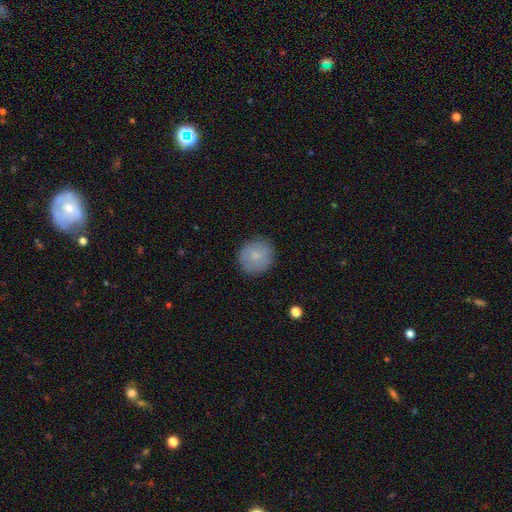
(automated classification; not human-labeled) Q: Smooth or featured?
A: smooth (79%); runner-up: featured or disk (14%)
Q: How rounded?
A: round (91%); runner-up: in between (8%)
Q: Merging?
A: none (86%); runner-up: minor disturbance (10%)